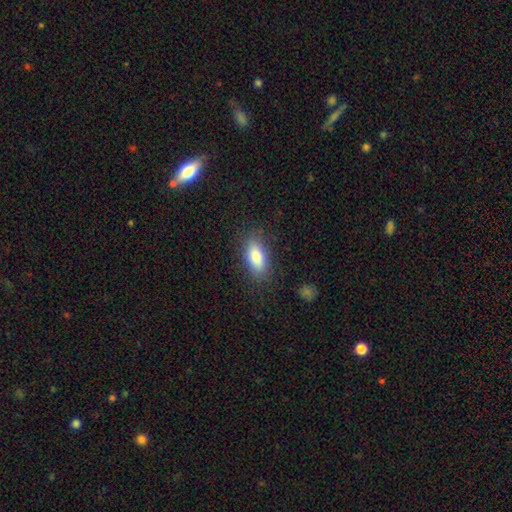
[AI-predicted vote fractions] Q: Smooth or featured?
A: smooth (81%); runner-up: featured or disk (11%)
Q: How rounded?
A: in between (86%); runner-up: cigar-shaped (10%)
Q: Merging?
A: none (83%); runner-up: minor disturbance (12%)